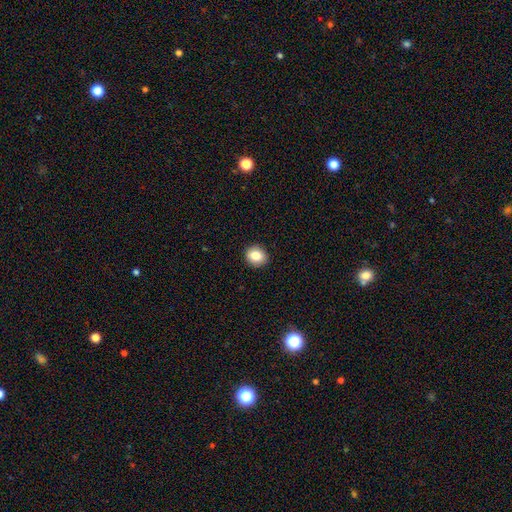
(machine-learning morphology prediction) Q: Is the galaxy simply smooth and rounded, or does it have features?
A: smooth — 83%.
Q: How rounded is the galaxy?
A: round — 75%.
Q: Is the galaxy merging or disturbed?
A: none — 91%.